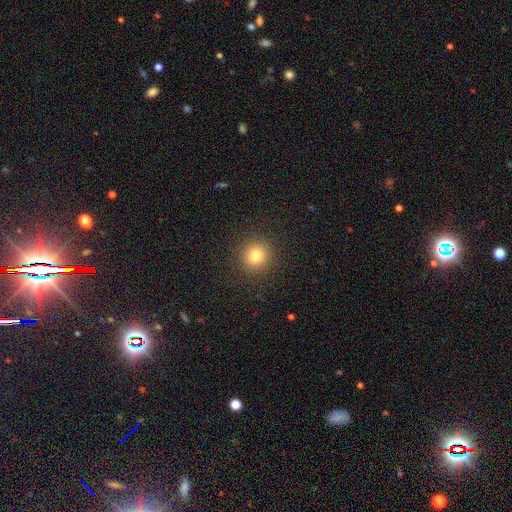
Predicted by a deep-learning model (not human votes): This appears to be a smooth galaxy with no disk features (80%) that is round (93%). Merging: none (91%).